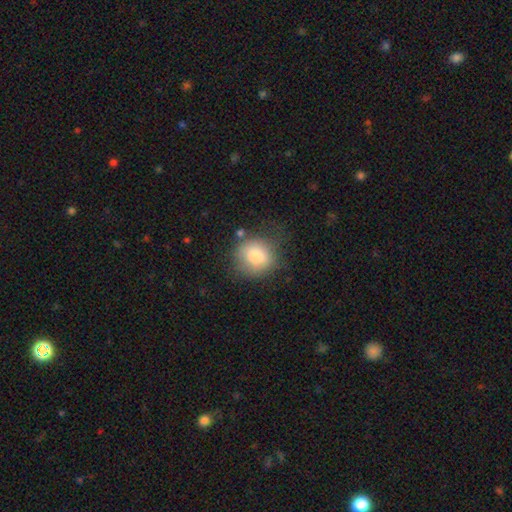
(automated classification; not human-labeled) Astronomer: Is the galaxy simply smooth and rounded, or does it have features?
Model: smooth — 83%.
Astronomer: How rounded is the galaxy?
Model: round — 80%.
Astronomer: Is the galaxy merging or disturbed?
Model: none — 62%.